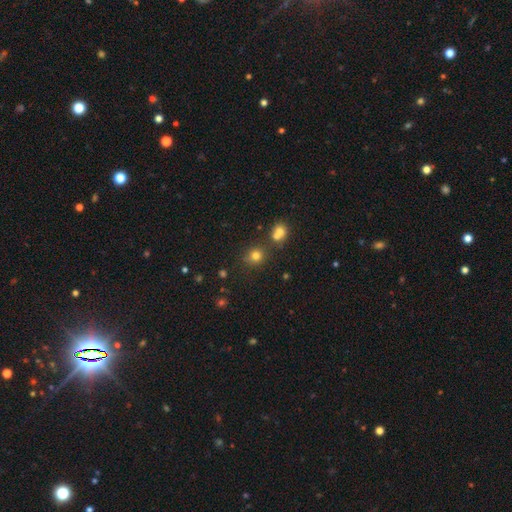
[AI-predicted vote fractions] A smooth galaxy with no disk features (77%) that is round (84%). Merging: none (70%).